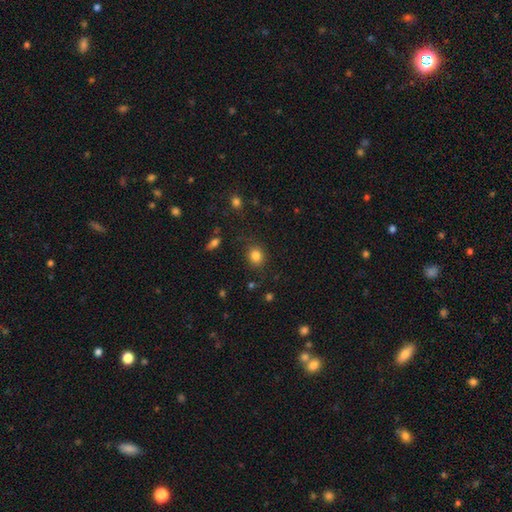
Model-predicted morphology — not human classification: Smooth or featured? Predicted: smooth (p=0.83). How rounded? Predicted: round (p=0.70). Merging? Predicted: none (p=0.82).